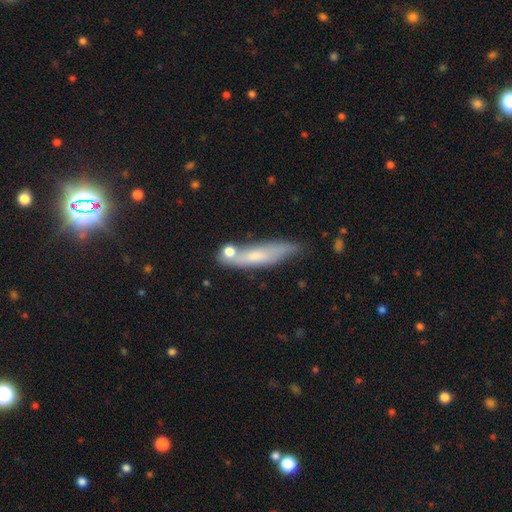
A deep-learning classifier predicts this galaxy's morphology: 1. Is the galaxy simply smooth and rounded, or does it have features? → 61% smooth, 32% featured or disk, 7% star or artifact.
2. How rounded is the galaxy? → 77% cigar-shaped, 21% in between, 3% round.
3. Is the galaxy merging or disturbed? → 57% none, 23% minor disturbance, 14% merger, 7% major disturbance.